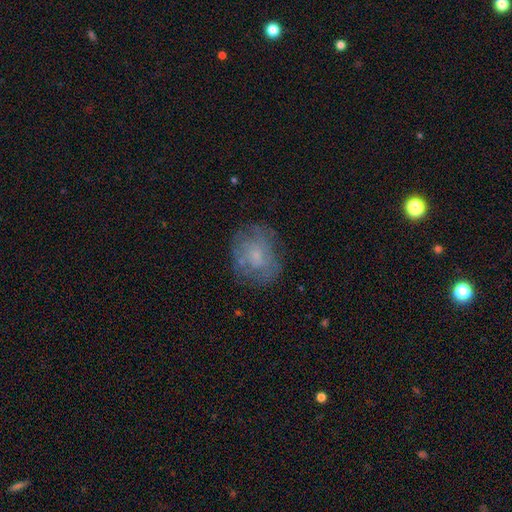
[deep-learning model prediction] smooth 46%, featured or disk 44%, star or artifact 11%. Down the decision tree: merging — none (68%).